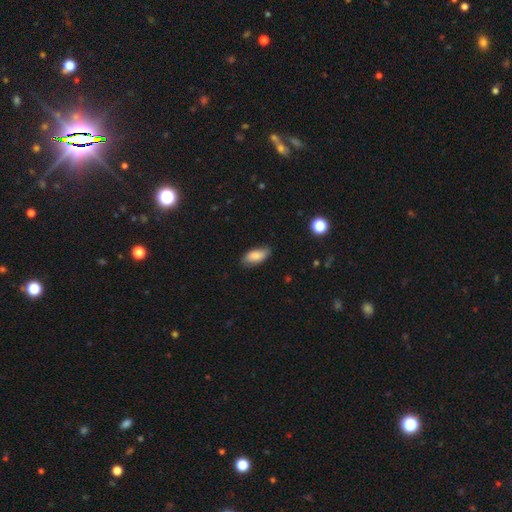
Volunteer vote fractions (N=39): This is clearly a smooth galaxy (95%). How rounded: clearly in between (97%). Merging: clearly none (97%).